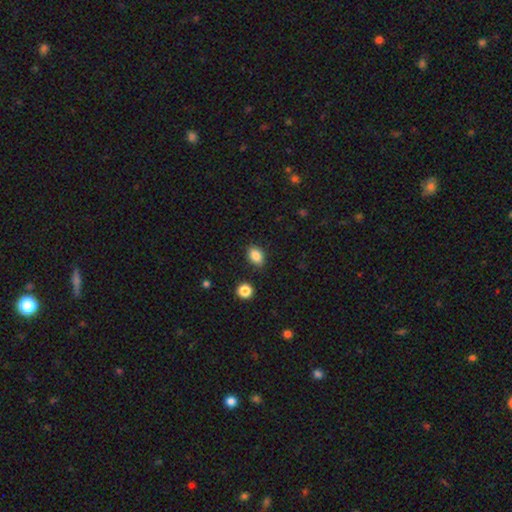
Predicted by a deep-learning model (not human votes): smooth_or_featured: smooth (p=0.86) [alt: star or artifact p=0.09]
how_rounded: in between (p=0.74) [alt: round p=0.25]
merging: none (p=0.84) [alt: minor disturbance p=0.10]